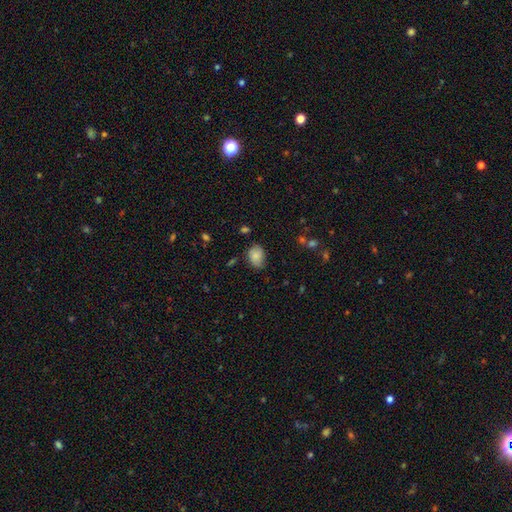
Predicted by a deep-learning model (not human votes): Smooth or featured? Predicted: smooth (p=0.80). How rounded? Predicted: in between (p=0.73). Merging? Predicted: none (p=0.64).